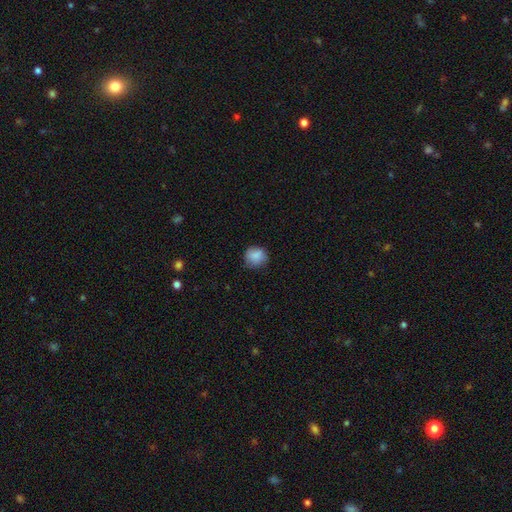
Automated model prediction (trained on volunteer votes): Smooth or featured? smooth (86%)
How rounded? round (82%)
Merging? none (74%)